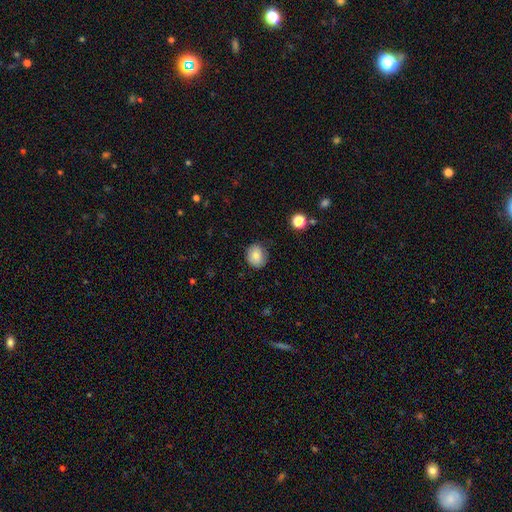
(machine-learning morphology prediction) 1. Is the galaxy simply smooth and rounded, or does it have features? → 83% smooth, 9% star or artifact, 8% featured or disk.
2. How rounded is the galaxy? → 69% round, 30% in between, 1% cigar-shaped.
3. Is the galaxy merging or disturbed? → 79% none, 16% minor disturbance, 3% major disturbance, 1% merger.